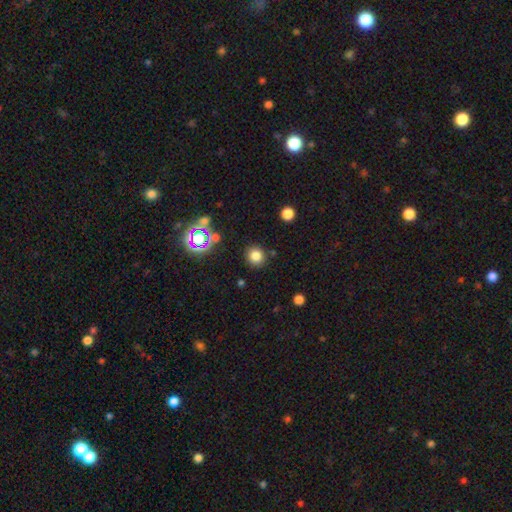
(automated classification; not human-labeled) Q: Smooth or featured?
A: smooth (77%); runner-up: star or artifact (17%)
Q: How rounded?
A: round (89%); runner-up: in between (10%)
Q: Merging?
A: none (86%); runner-up: minor disturbance (8%)